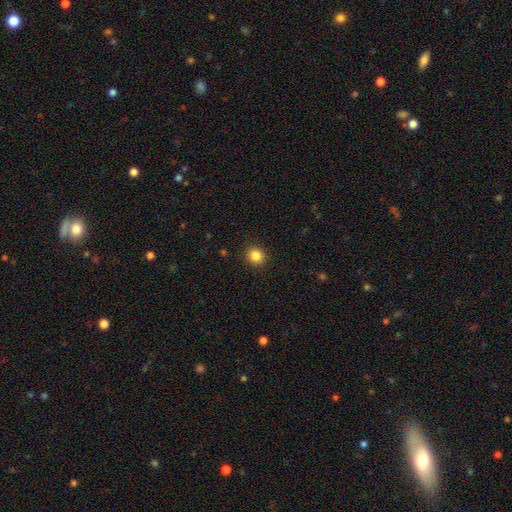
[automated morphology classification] Smooth or featured?
  - smooth: 85% *
  - star or artifact: 11%
  - featured or disk: 4%
How rounded?
  - round: 87% *
  - in between: 12%
  - cigar-shaped: 1%
Merging?
  - none: 92% *
  - minor disturbance: 6%
  - major disturbance: 2%
  - merger: 1%